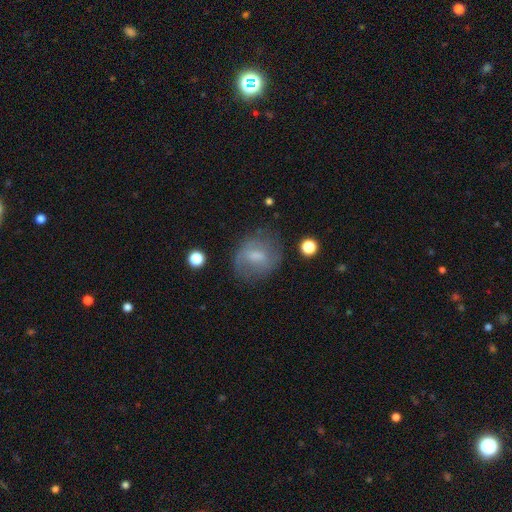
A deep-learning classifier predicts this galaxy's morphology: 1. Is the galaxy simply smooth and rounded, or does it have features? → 55% smooth, 35% featured or disk, 10% star or artifact.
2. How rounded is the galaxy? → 55% round, 43% in between, 2% cigar-shaped.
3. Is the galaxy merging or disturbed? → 64% none, 22% minor disturbance, 12% major disturbance, 2% merger.